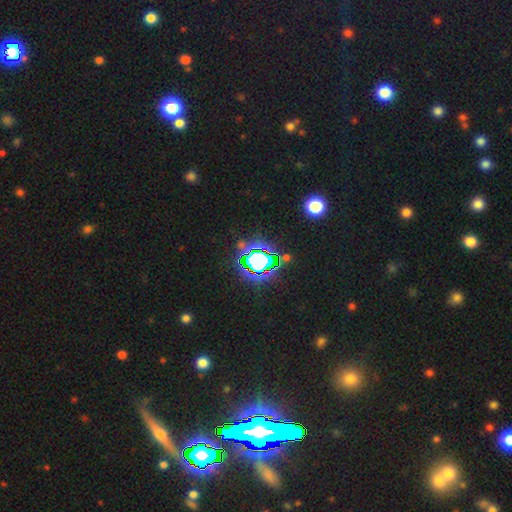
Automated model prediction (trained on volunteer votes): Morphology: type=star or artifact (79%).